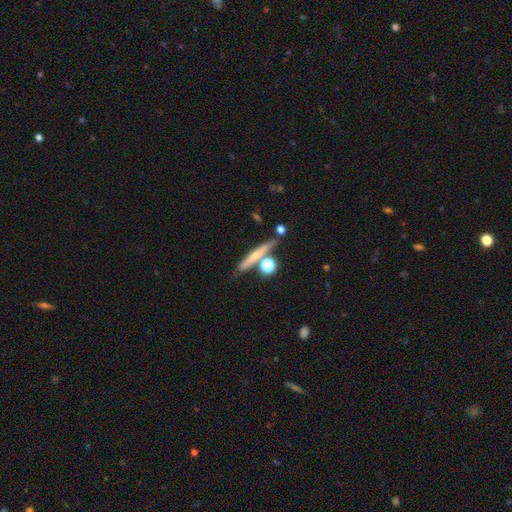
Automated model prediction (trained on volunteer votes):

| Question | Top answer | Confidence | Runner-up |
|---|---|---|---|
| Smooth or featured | smooth | 49% | featured or disk (41%) |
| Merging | none | 68% | merger (15%) |